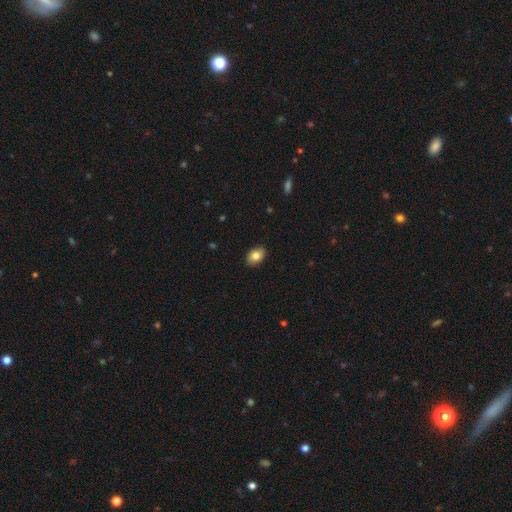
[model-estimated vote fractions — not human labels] Smooth or featured?
  - smooth: 84% *
  - featured or disk: 9%
  - star or artifact: 7%
How rounded?
  - in between: 84% *
  - round: 15%
  - cigar-shaped: 1%
Merging?
  - none: 89% *
  - minor disturbance: 8%
  - major disturbance: 2%
  - merger: 1%